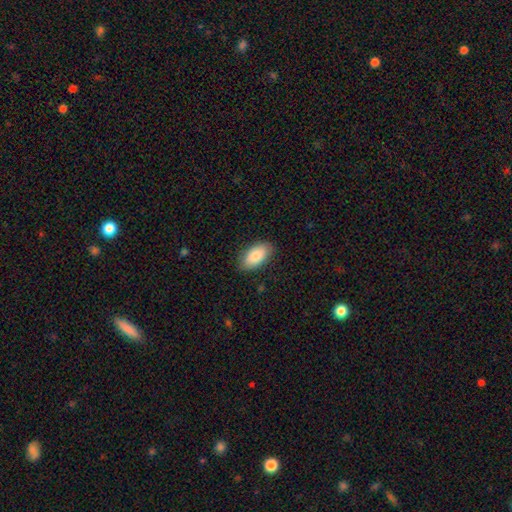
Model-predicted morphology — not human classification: type=smooth (84%); roundness=in between (94%); merging=none (86%).